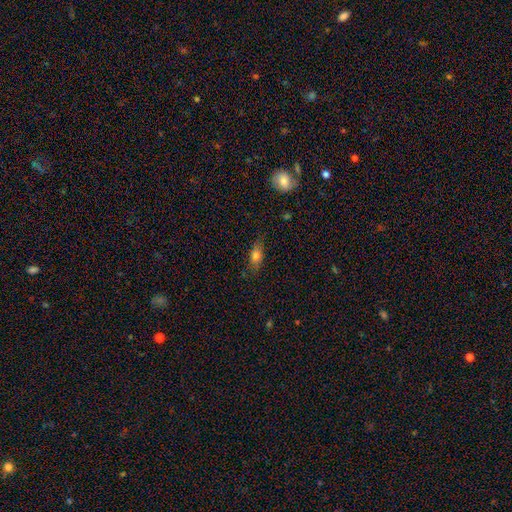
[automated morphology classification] A smooth galaxy with no disk features (75%) that is in between round and cigar-shaped (76%). Merging: none (78%).